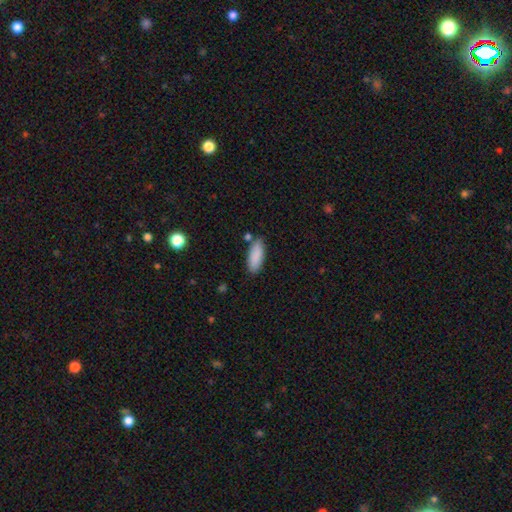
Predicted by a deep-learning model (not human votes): Smooth or featured: smooth — 88% (star or artifact — 6%)
How rounded: in between — 76% (cigar-shaped — 22%)
Merging: none — 79% (minor disturbance — 14%)